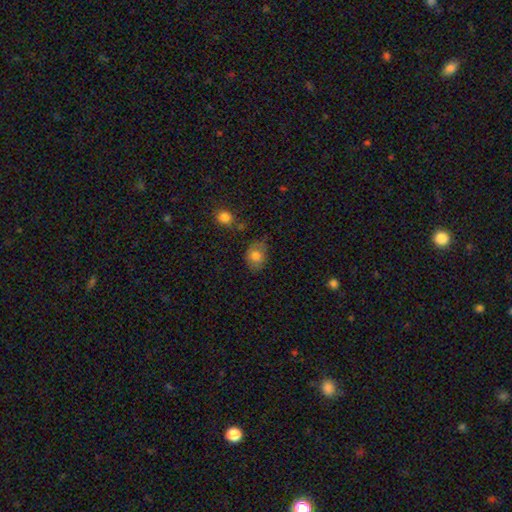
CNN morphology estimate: Smooth or featured? Predicted: smooth (p=0.73). How rounded? Predicted: in between (p=0.58). Merging? Predicted: none (p=0.65).